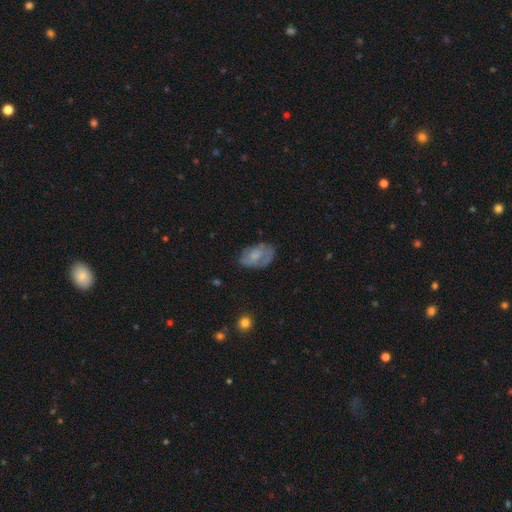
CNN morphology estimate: Smooth or featured?
  - smooth: 47% *
  - featured or disk: 45%
  - star or artifact: 8%
Merging?
  - none: 61% *
  - minor disturbance: 26%
  - major disturbance: 11%
  - merger: 2%